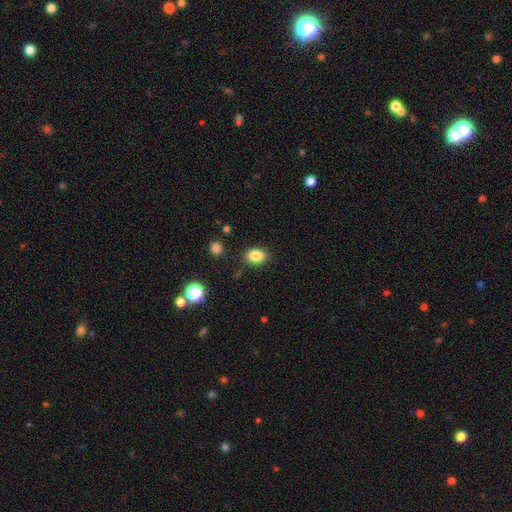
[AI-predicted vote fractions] Smooth or featured? smooth (84%)
How rounded? in between (74%)
Merging? none (84%)